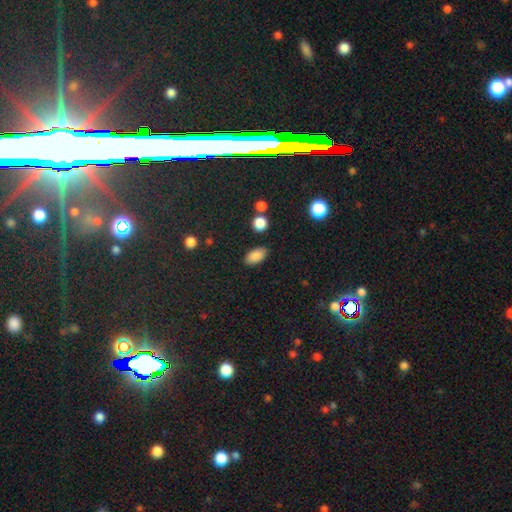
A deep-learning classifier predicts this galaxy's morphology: This appears to be a smooth galaxy with no disk features (86%) that is in between round and cigar-shaped (91%). Merging: none (85%).